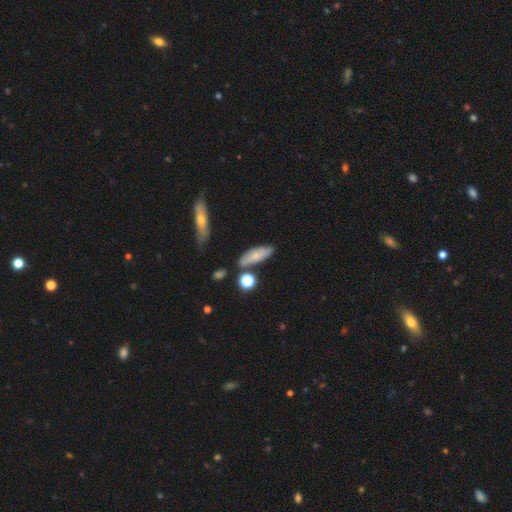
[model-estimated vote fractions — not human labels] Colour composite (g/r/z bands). It shows a smooth galaxy with no disk features (65%) that is in between round and cigar-shaped (65%). Merging: none (70%).